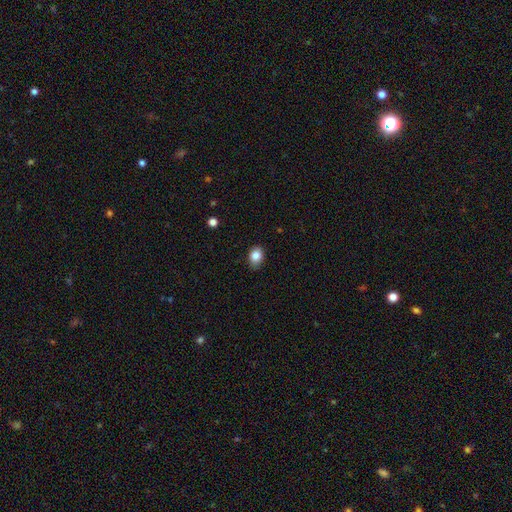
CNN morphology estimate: The model was most divided on "how rounded": in between: 72%, round: 26%, cigar-shaped: 1%. More confident: merging — none (84%); smooth or featured — smooth (84%).